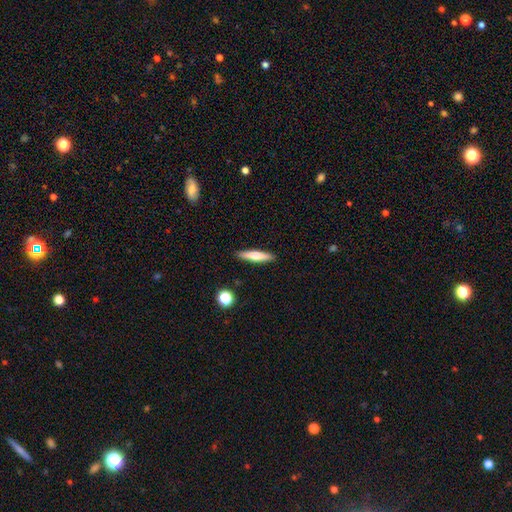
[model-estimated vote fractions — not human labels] Smooth or featured?
  - smooth: 61% *
  - featured or disk: 33%
  - star or artifact: 6%
How rounded?
  - cigar-shaped: 85% *
  - in between: 14%
  - round: 2%
Merging?
  - none: 90% *
  - minor disturbance: 7%
  - major disturbance: 2%
  - merger: 1%